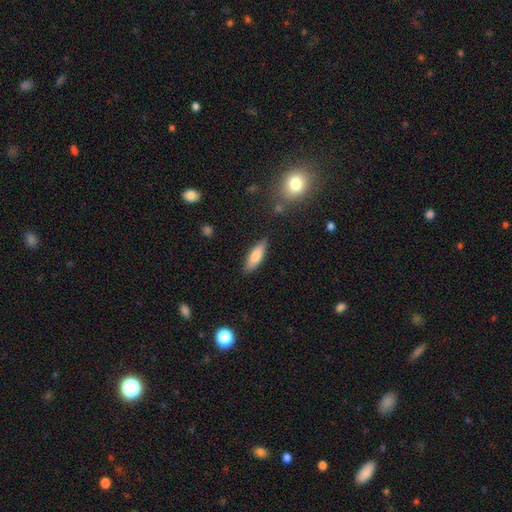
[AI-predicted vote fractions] smooth 75%, featured or disk 19%, star or artifact 7%. Down the decision tree: how rounded — in between (53%); merging — none (85%).